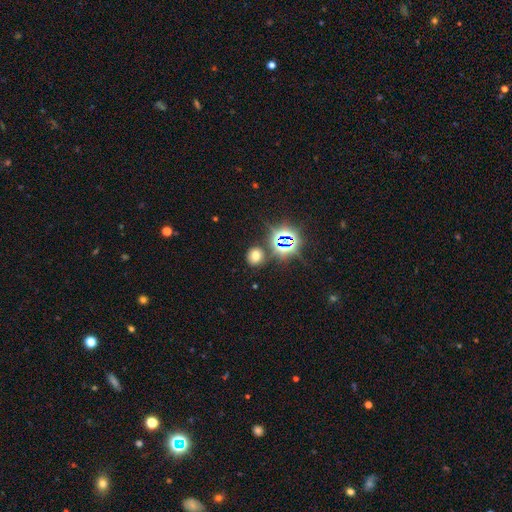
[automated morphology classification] smooth-or-featured: smooth: 58% | star or artifact: 33% | featured or disk: 9%
  how-rounded: round: 75% | in between: 23% | cigar-shaped: 1%
  merging: none: 81% | minor disturbance: 10% | merger: 6% | major disturbance: 4%